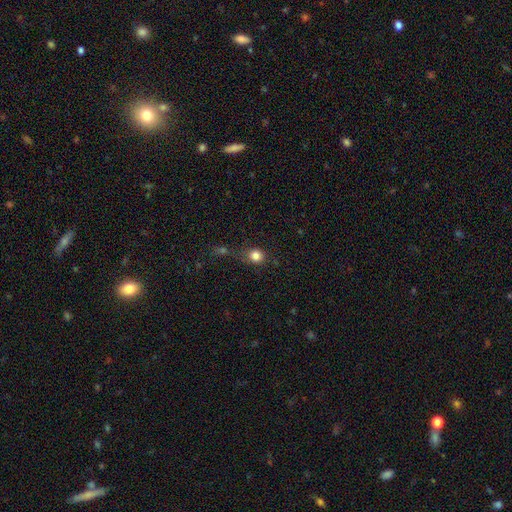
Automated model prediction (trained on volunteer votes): Smooth or featured: smooth — 82% (star or artifact — 12%)
How rounded: round — 76% (in between — 23%)
Merging: none — 57% (minor disturbance — 18%)